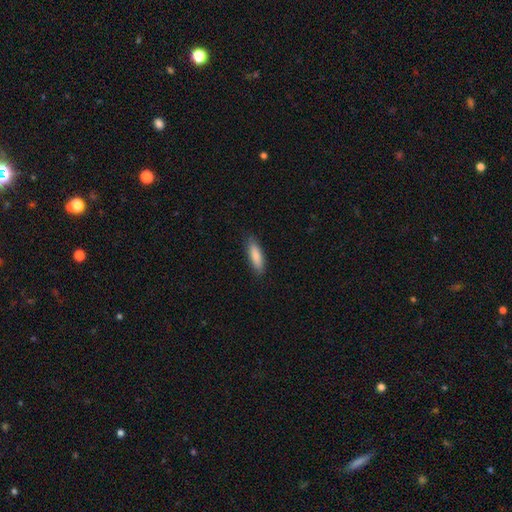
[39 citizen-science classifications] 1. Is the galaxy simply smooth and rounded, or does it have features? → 85% smooth, 8% featured or disk, 8% star or artifact.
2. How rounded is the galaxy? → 67% cigar-shaped, 30% in between, 3% round.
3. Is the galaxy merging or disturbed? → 78% none, 17% minor disturbance, 3% major disturbance, 3% merger.